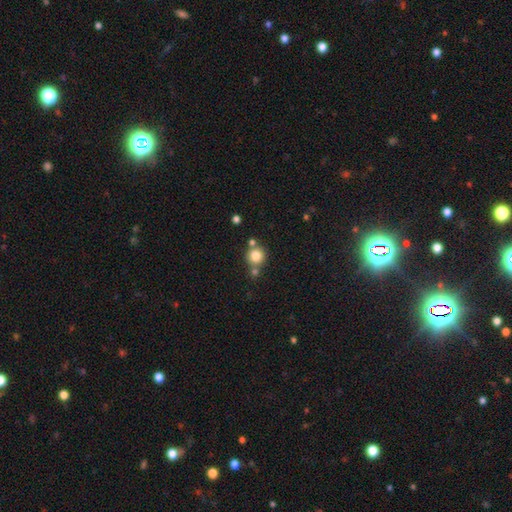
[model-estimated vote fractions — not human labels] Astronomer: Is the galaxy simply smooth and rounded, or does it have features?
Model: smooth — 81%.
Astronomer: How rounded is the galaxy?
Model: round — 93%.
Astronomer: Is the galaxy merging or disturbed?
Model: none — 67%.